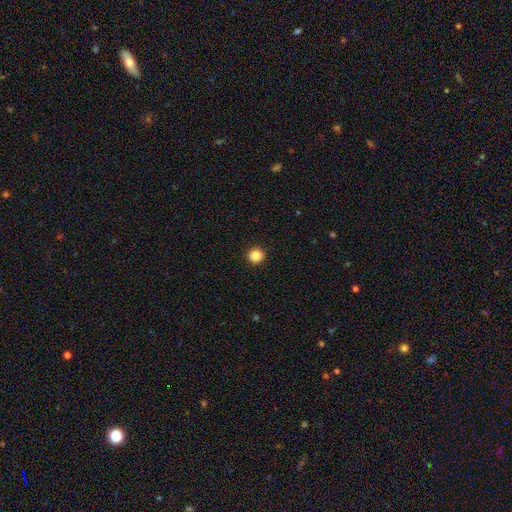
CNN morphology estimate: Smooth or featured?
  - smooth: 87% *
  - star or artifact: 10%
  - featured or disk: 3%
How rounded?
  - round: 95% *
  - in between: 4%
  - cigar-shaped: 1%
Merging?
  - none: 93% *
  - minor disturbance: 4%
  - major disturbance: 2%
  - merger: 1%